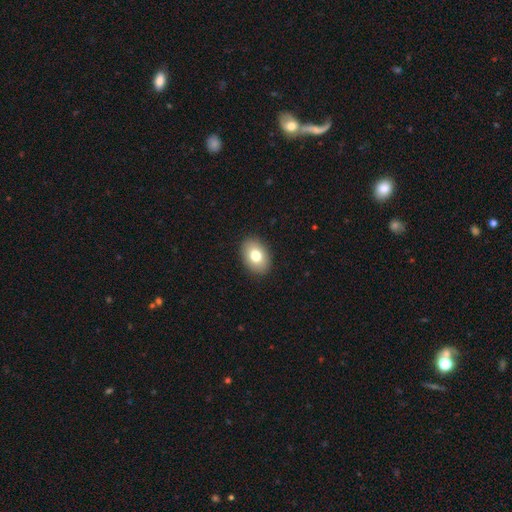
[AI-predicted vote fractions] The model was most divided on "smooth or featured": smooth: 78%, featured or disk: 14%, star or artifact: 8%. More confident: merging — none (90%); how rounded — in between (82%).